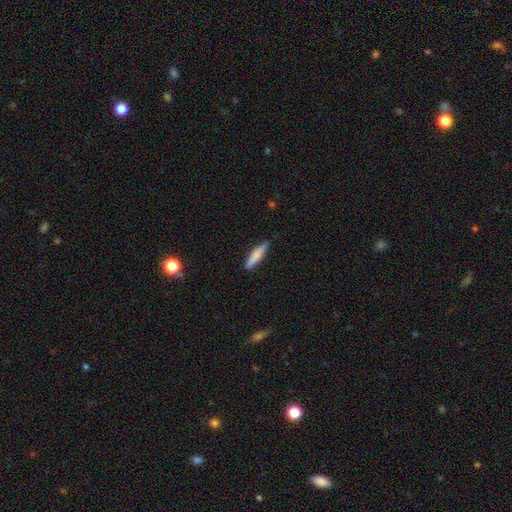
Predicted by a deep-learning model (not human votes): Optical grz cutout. It shows a smooth galaxy with no disk features (72%) that is cigar-shaped (85%). Merging: none (86%).